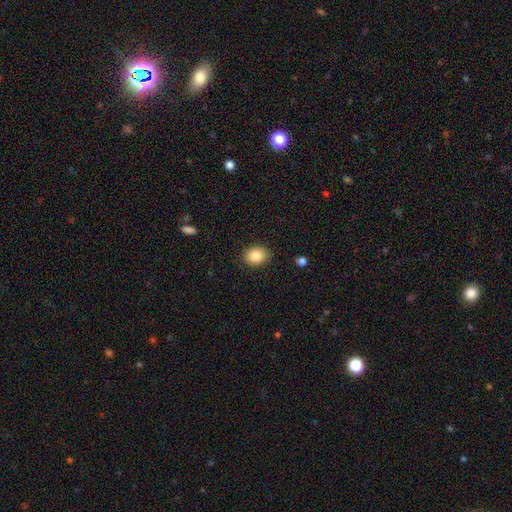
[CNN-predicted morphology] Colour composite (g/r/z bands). It shows a smooth galaxy with no disk features (86%) that is in between round and cigar-shaped (59%). Merging: none (87%).